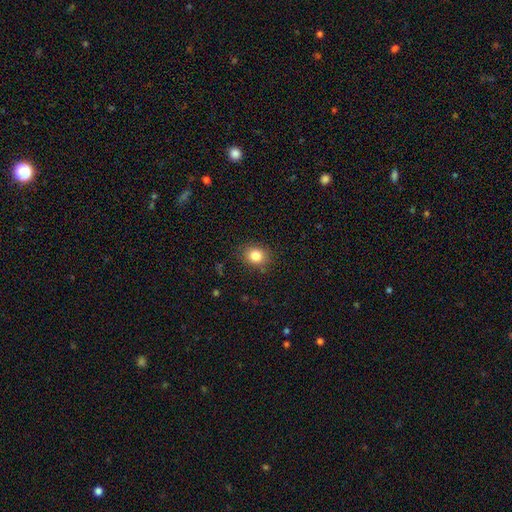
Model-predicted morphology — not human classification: This is clearly a smooth galaxy (84%). How rounded: likely round (60%). Merging: clearly none (84%).